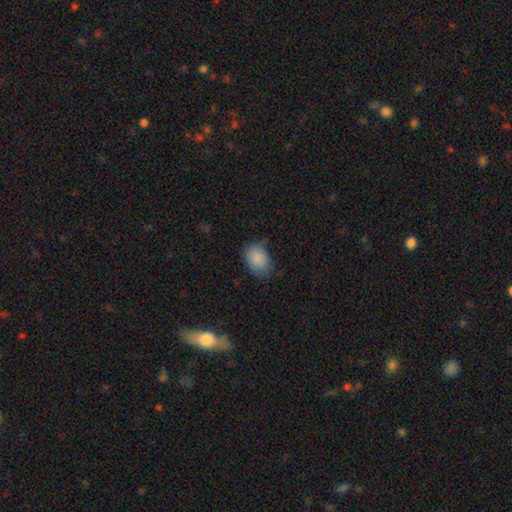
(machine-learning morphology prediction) smooth-or-featured: smooth: 86% | star or artifact: 7% | featured or disk: 6%
  how-rounded: in between: 79% | round: 20% | cigar-shaped: 1%
  merging: none: 66% | minor disturbance: 26% | major disturbance: 6% | merger: 1%